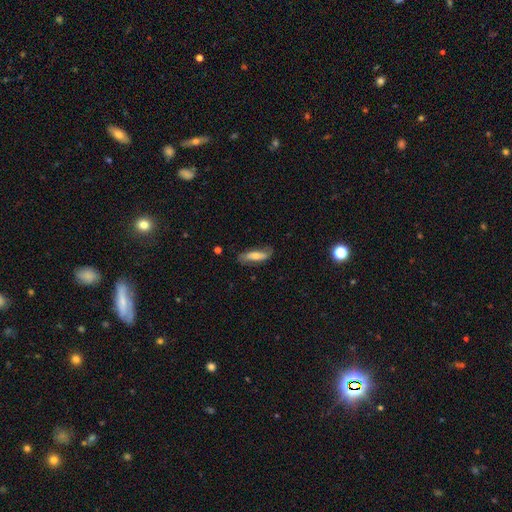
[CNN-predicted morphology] Overall: smooth (55%; featured or disk 38%). How rounded: cigar-shaped (53%; in between 45%). Merging: none (71%).